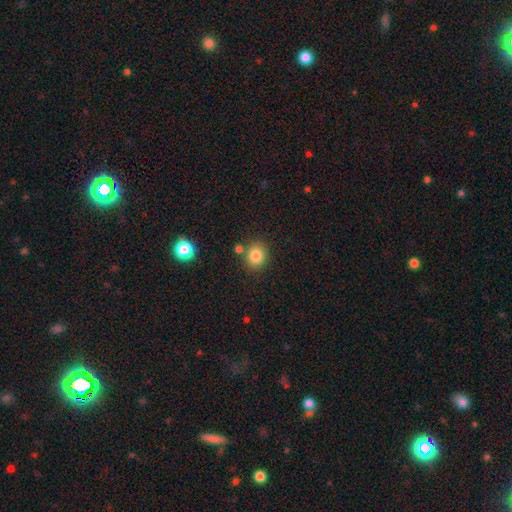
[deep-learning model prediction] Smooth or featured? Predicted: smooth (p=0.83). How rounded? Predicted: round (p=0.67). Merging? Predicted: none (p=0.77).